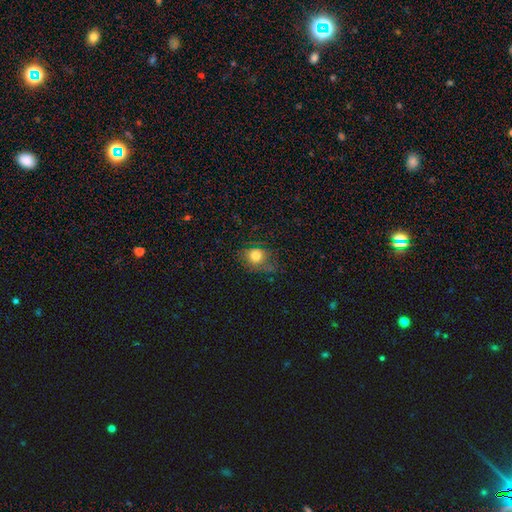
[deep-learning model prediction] Q: Smooth or featured?
A: smooth (74%); runner-up: star or artifact (14%)
Q: How rounded?
A: round (66%); runner-up: in between (32%)
Q: Merging?
A: none (63%); runner-up: minor disturbance (24%)